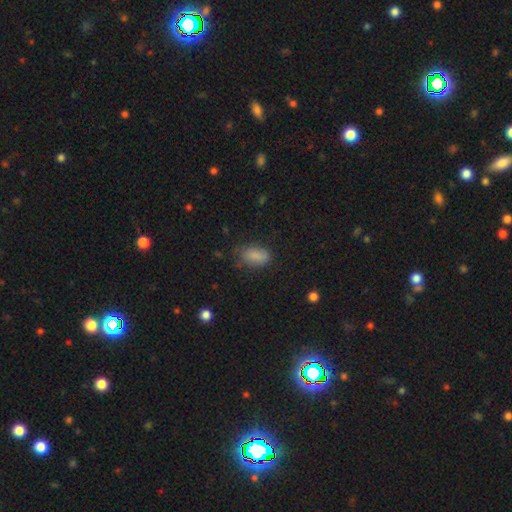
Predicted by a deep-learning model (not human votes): This appears to be a smooth galaxy with no disk features (85%) that is in between round and cigar-shaped (91%). Merging: none (68%).